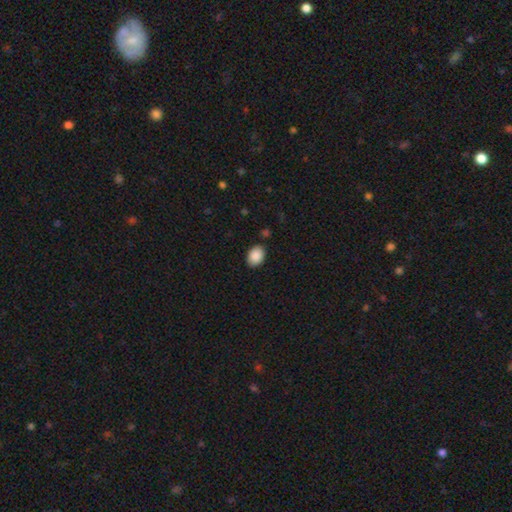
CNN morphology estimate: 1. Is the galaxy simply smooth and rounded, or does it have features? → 89% smooth, 7% star or artifact, 3% featured or disk.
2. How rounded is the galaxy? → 81% in between, 18% round, 1% cigar-shaped.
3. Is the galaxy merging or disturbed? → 86% none, 10% minor disturbance, 2% major disturbance, 2% merger.